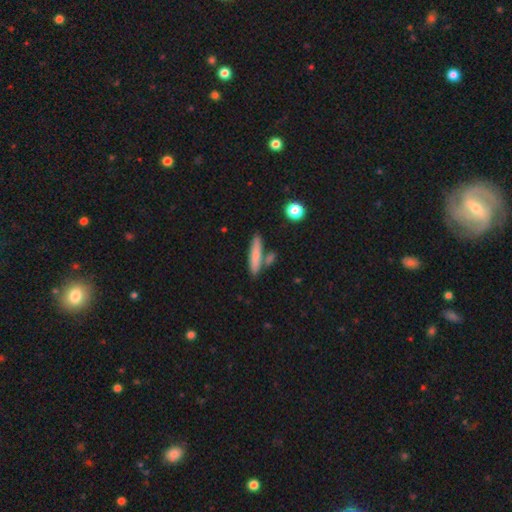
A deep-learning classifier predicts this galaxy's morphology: A smooth galaxy with no disk features (75%) that is cigar-shaped (81%). Merging: none (72%).